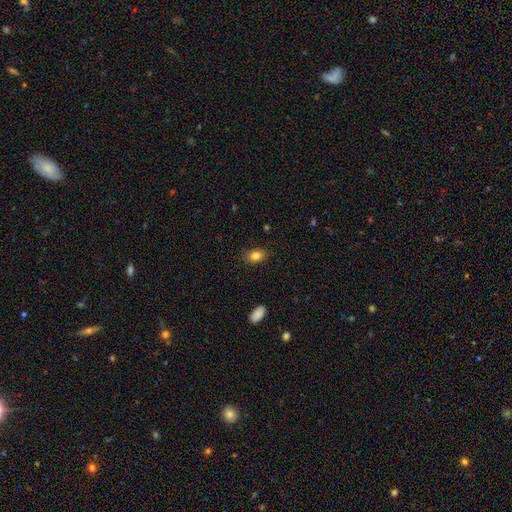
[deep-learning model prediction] Overall: smooth (84%). How rounded: in between (79%). Merging: none (85%).